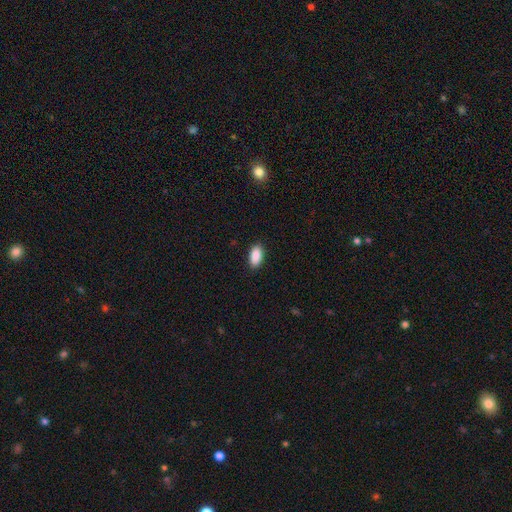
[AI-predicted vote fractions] The model was most divided on "merging": none: 89%, minor disturbance: 8%, major disturbance: 2%, merger: 1%. More confident: how rounded — in between (93%); smooth or featured — smooth (90%).